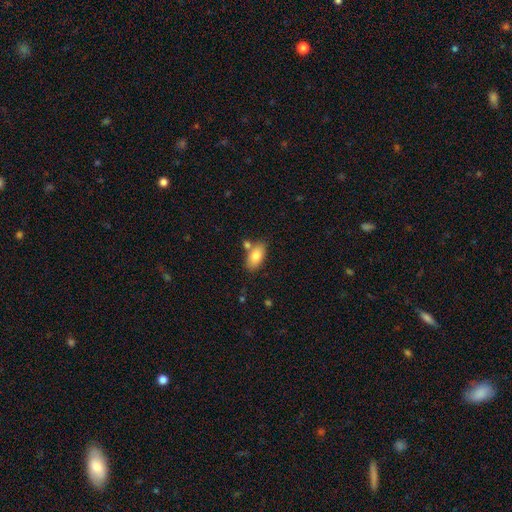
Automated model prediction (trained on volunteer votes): A smooth galaxy with no disk features (80%) that is in between round and cigar-shaped (91%). Merging: none (69%).